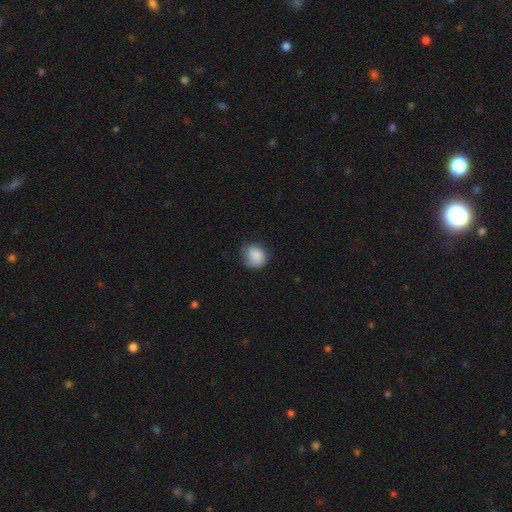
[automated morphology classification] smooth-or-featured: smooth: 81% | featured or disk: 11% | star or artifact: 8%
  how-rounded: round: 75% | in between: 24% | cigar-shaped: 1%
  merging: none: 67% | minor disturbance: 25% | major disturbance: 7% | merger: 1%